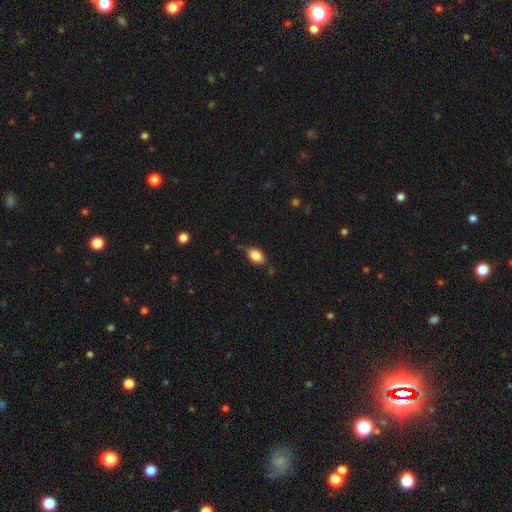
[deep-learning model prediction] Smooth or featured? smooth (86%)
How rounded? in between (89%)
Merging? none (74%)